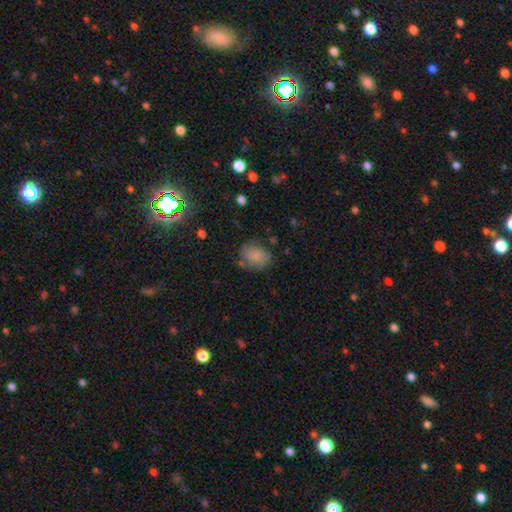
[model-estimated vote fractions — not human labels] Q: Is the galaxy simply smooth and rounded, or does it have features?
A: smooth — 80%.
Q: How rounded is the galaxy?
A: in between — 61%.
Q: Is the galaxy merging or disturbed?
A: none — 65%.